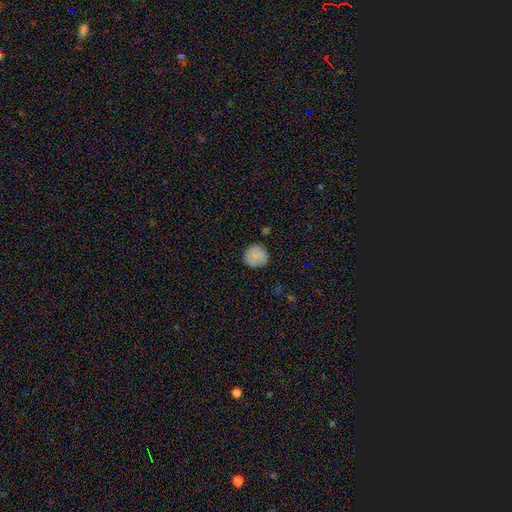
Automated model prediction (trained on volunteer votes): Overall: smooth (85%). How rounded: round (90%). Merging: none (81%).